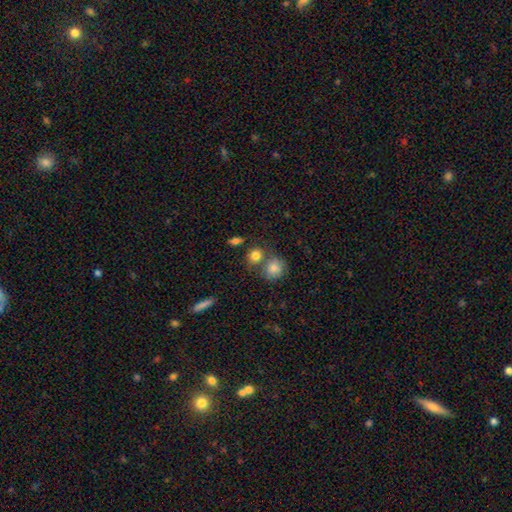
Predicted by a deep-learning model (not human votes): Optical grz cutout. It shows a smooth galaxy with no disk features (81%) that is round (66%). Merging: none (53%).